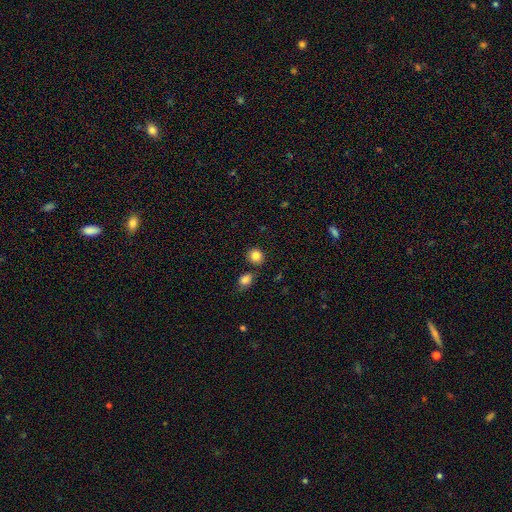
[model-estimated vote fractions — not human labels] smooth-or-featured: smooth: 85% | star or artifact: 10% | featured or disk: 5%
  how-rounded: round: 79% | in between: 20% | cigar-shaped: 1%
  merging: none: 79% | merger: 10% | minor disturbance: 9% | major disturbance: 3%